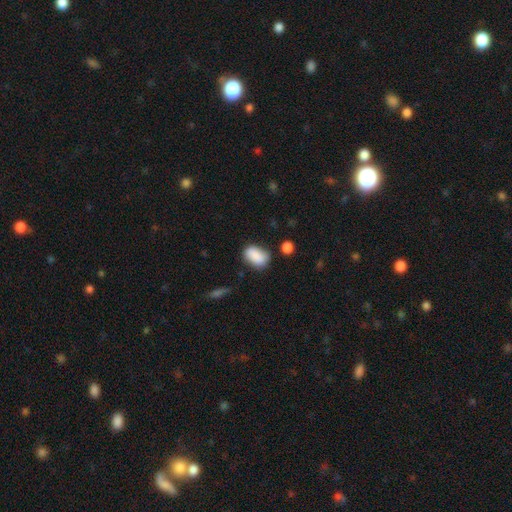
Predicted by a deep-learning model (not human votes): Q: Smooth or featured?
A: smooth (86%); runner-up: star or artifact (8%)
Q: How rounded?
A: in between (87%); runner-up: round (11%)
Q: Merging?
A: none (67%); runner-up: minor disturbance (22%)